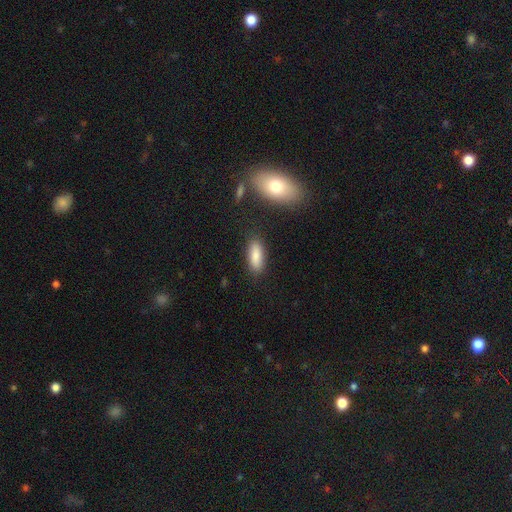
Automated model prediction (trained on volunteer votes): The model was most divided on "how rounded": in between: 73%, cigar-shaped: 24%, round: 2%. More confident: smooth or featured — smooth (84%); merging — none (84%).